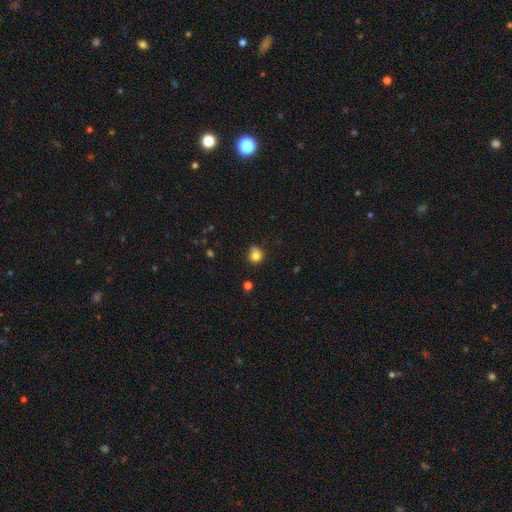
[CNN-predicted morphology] This appears to be a smooth galaxy with no disk features (80%) that is round (78%). Merging: none (55%).